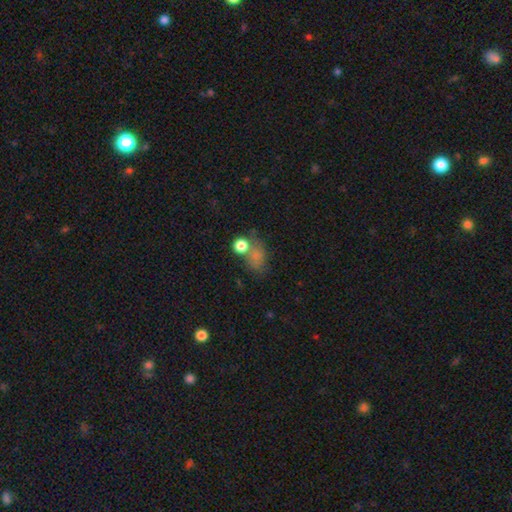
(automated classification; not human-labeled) Smooth or featured? smooth (69%)
How rounded? in between (51%)
Merging? none (43%)